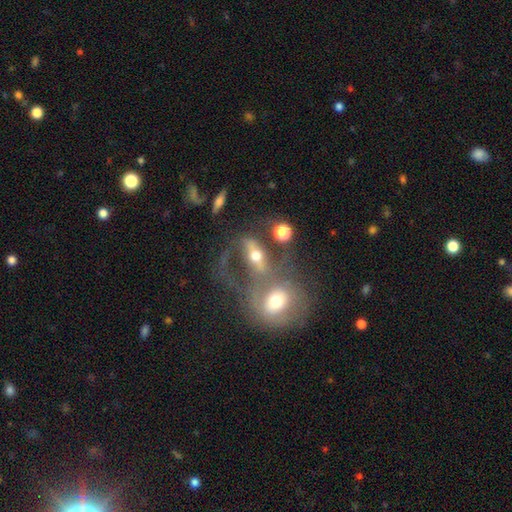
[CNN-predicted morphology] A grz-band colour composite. It shows a featured or disk galaxy (57%). Merging: merger (54%).